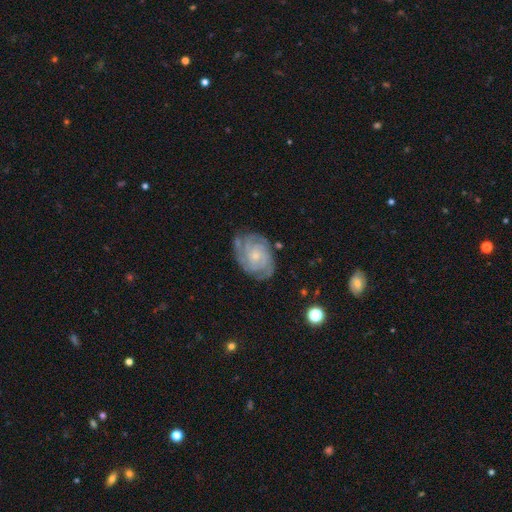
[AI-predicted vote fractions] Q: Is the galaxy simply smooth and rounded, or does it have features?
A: featured or disk — 85%.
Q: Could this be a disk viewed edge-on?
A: no — 97%.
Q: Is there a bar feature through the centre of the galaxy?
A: no — 73%.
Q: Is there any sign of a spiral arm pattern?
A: yes — 97%.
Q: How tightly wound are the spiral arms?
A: tight — 73%.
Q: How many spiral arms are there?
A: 3 — 26%.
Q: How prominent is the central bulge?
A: small — 71%.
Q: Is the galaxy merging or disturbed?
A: none — 72%.